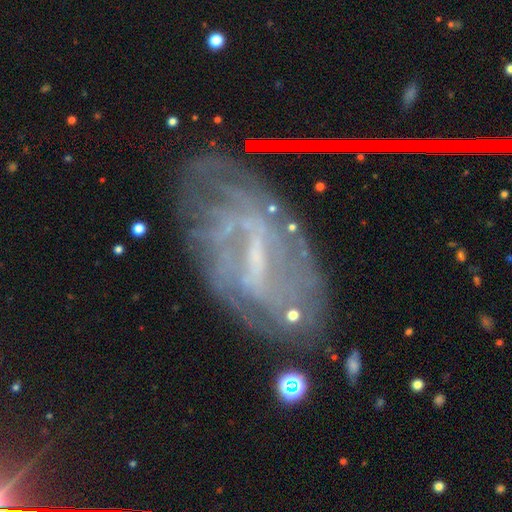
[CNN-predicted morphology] featured or disk 77%, smooth 12%, star or artifact 11%. Down the decision tree: edge-on disk — no (93%); bar — strong (43%); spiral arms — yes (81%); spiral arm count — can't tell (52%); spiral winding — tight (46%); bulge size — small (44%); merging — none (63%).